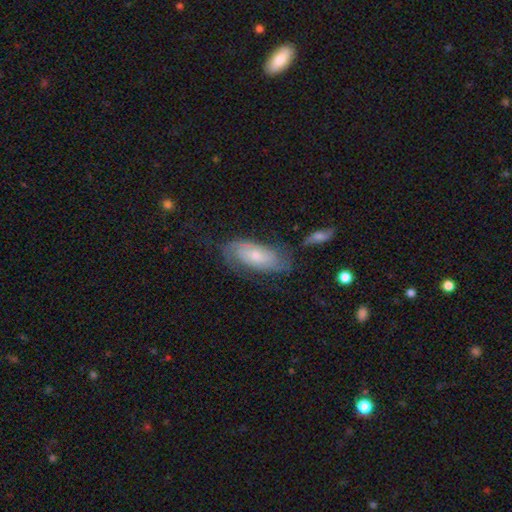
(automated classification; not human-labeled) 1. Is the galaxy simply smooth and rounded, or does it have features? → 55% featured or disk, 38% smooth, 7% star or artifact.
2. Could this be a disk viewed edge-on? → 90% no, 10% yes.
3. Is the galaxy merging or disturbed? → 58% none, 24% minor disturbance, 13% major disturbance, 4% merger.